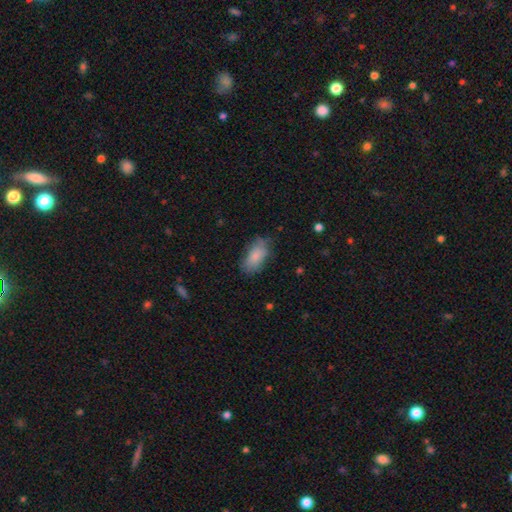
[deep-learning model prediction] This is clearly a smooth galaxy (84%). How rounded: clearly in between (91%). Merging: likely none (69%).